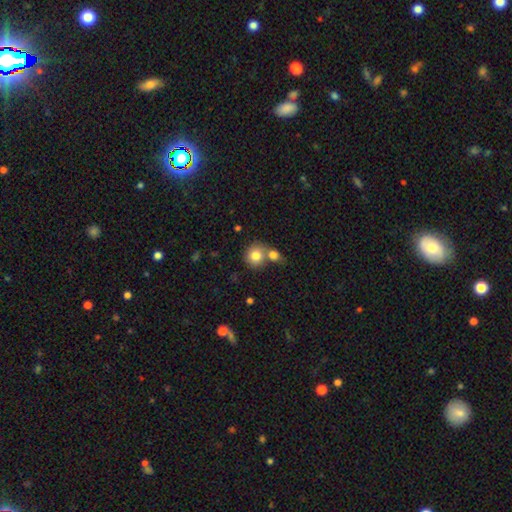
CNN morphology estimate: smooth_or_featured: smooth (p=0.81) [alt: featured or disk p=0.10]
how_rounded: round (p=0.85) [alt: in between p=0.14]
merging: none (p=0.46) [alt: merger p=0.43]